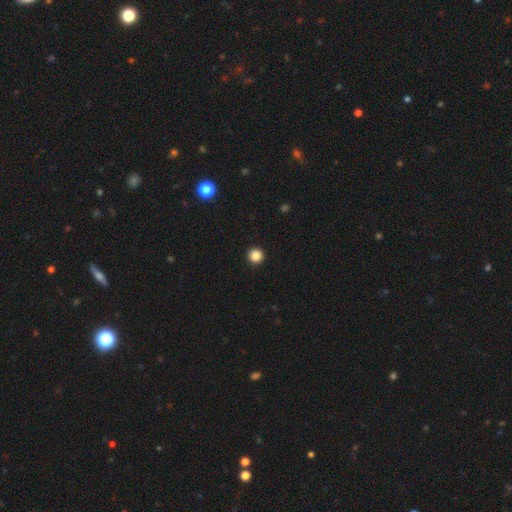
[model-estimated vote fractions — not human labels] Smooth or featured? smooth (85%)
How rounded? round (96%)
Merging? none (94%)